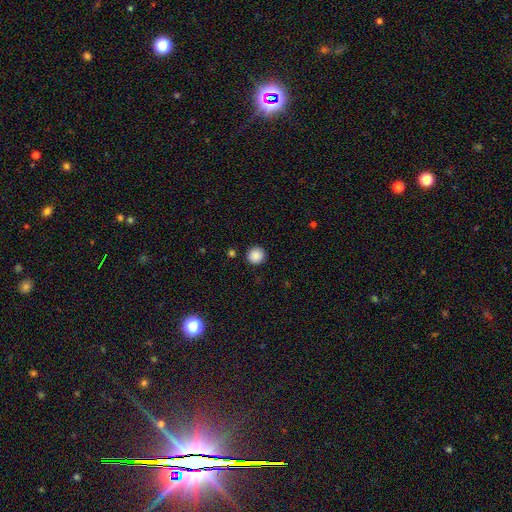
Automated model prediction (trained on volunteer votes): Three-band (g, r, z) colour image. It shows a smooth galaxy with no disk features (88%) that is round (93%). Merging: none (91%).